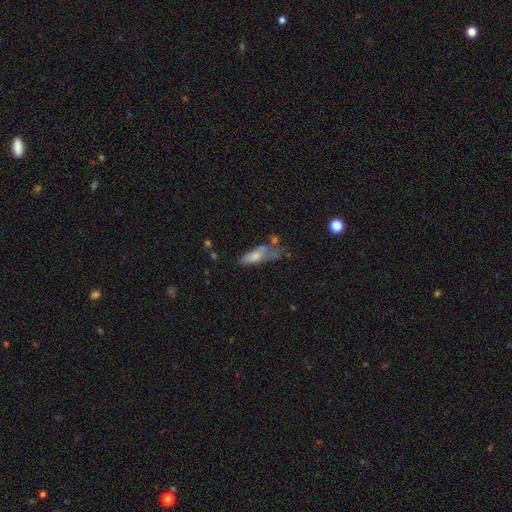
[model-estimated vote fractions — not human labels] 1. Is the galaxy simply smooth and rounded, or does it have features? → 66% smooth, 25% featured or disk, 9% star or artifact.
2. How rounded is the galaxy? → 58% in between, 40% cigar-shaped, 2% round.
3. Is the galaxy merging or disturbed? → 29% minor disturbance, 28% none, 27% major disturbance, 16% merger.